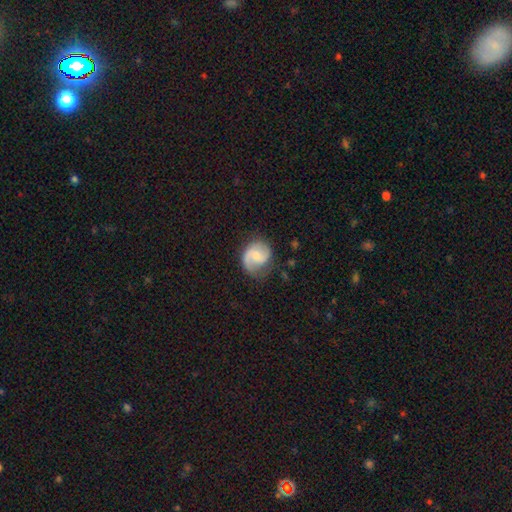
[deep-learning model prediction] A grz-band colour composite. It shows a featured or disk galaxy (74%) with no bar (46%), 2 (81%) medium (49%) spiral arms (95%) and a small central bulge (45%). Merging: none (70%).